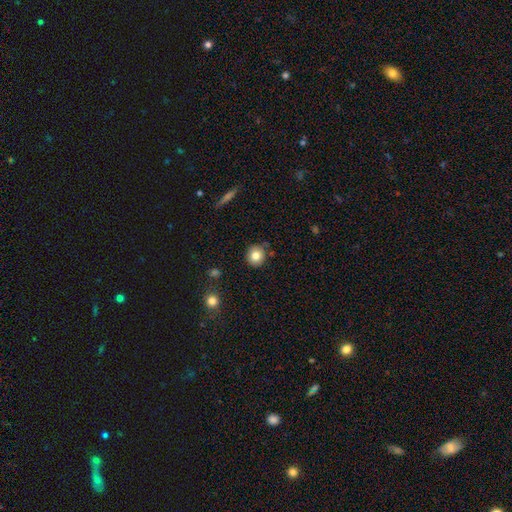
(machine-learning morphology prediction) type=smooth (81%); roundness=round (88%); merging=none (83%).